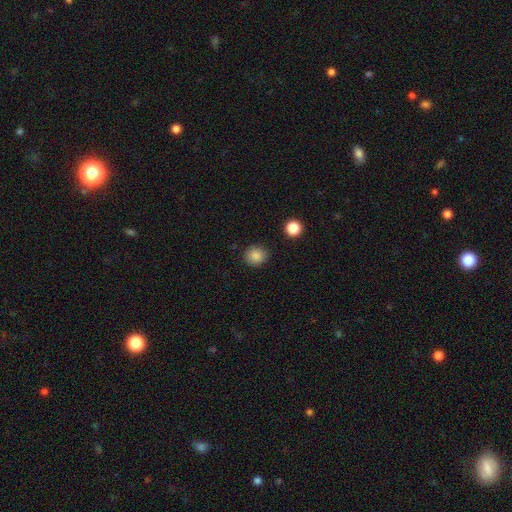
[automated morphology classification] Overall: smooth (86%). How rounded: round (86%). Merging: none (89%).